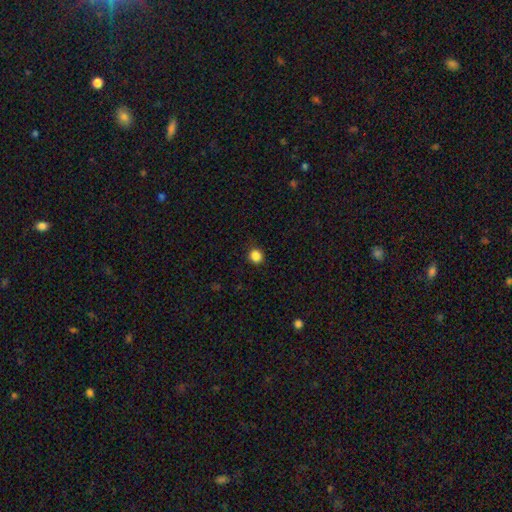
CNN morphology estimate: type=smooth (86%); roundness=round (92%); merging=none (90%).